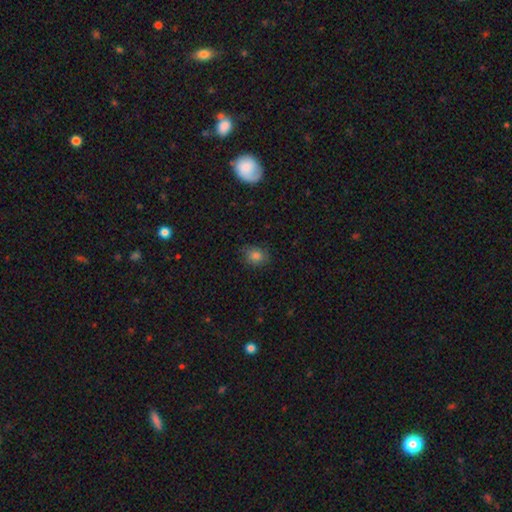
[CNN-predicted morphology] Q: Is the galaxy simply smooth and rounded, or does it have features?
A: smooth — 81%.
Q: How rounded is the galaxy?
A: round — 57%.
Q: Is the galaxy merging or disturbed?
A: none — 79%.